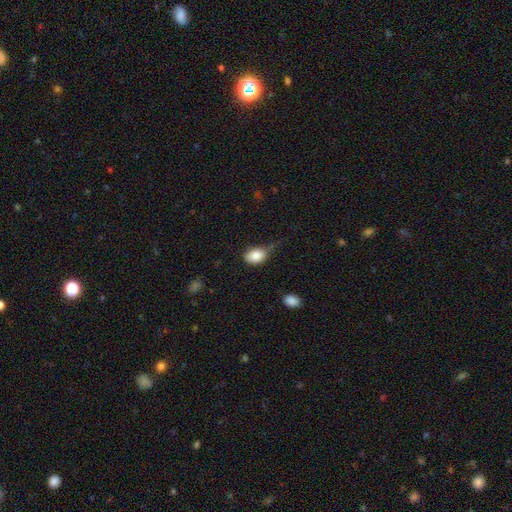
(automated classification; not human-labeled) Smooth or featured? Predicted: smooth (p=0.85). How rounded? Predicted: in between (p=0.82). Merging? Predicted: minor disturbance (p=0.42).